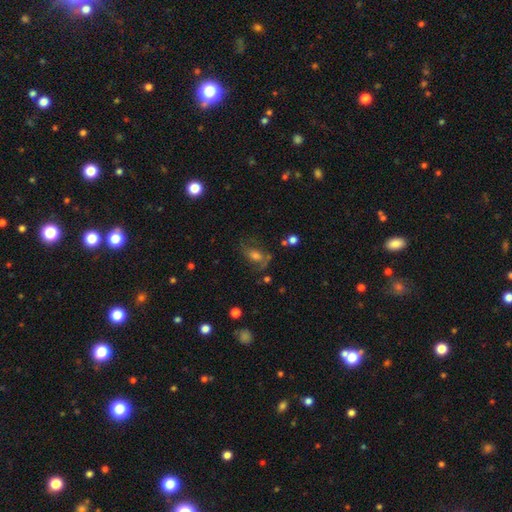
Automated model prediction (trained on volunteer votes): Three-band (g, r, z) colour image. It shows a featured or disk galaxy (42%). Merging: none (55%).